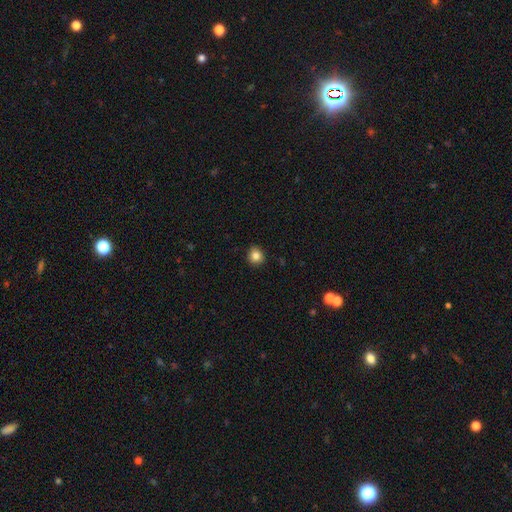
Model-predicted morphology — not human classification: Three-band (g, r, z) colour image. It shows a smooth galaxy with no disk features (84%) that is round (88%). Merging: none (91%).